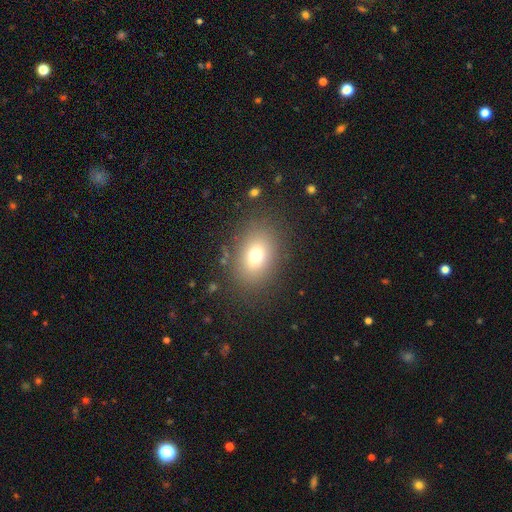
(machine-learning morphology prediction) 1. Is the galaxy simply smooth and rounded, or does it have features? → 71% smooth, 15% star or artifact, 14% featured or disk.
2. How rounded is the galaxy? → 66% in between, 33% round, 1% cigar-shaped.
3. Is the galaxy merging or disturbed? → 83% none, 10% minor disturbance, 5% major disturbance, 2% merger.